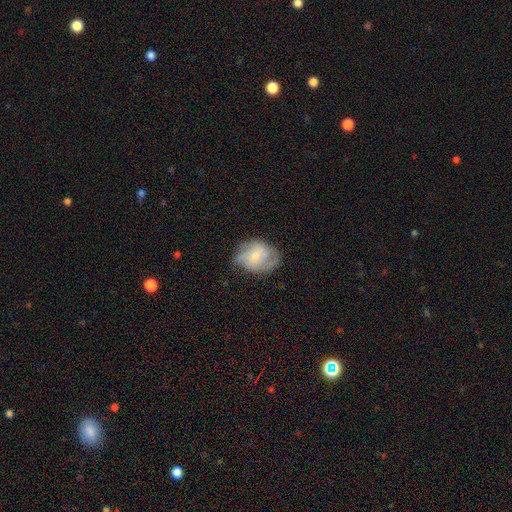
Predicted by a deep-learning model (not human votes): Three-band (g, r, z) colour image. It shows a featured or disk galaxy (61%) with no bar (51%), 2 (43%) medium (45%) spiral arms (85%) and a small central bulge (56%). Merging: none (59%).